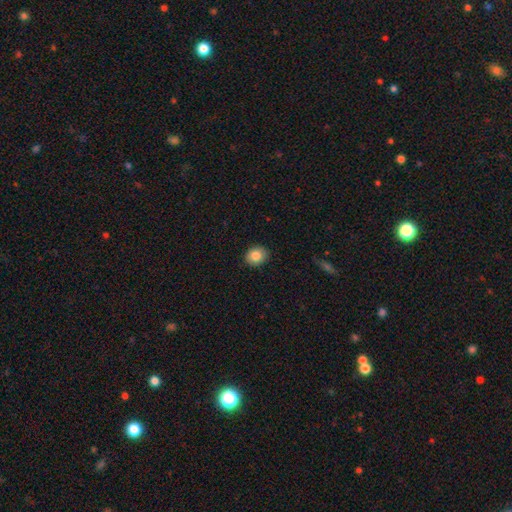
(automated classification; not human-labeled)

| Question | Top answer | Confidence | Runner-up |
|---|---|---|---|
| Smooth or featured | smooth | 84% | star or artifact (9%) |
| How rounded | round | 60% | in between (39%) |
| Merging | none | 88% | minor disturbance (9%) |